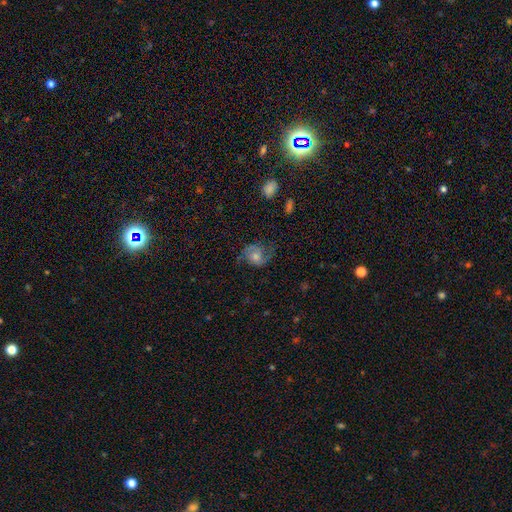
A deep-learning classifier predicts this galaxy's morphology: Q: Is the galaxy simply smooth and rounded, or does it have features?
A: featured or disk — 67%.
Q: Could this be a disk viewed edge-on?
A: no — 98%.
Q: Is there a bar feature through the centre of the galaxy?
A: no — 70%.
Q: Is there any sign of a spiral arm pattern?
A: yes — 92%.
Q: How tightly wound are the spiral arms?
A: medium — 46%.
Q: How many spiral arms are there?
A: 2 — 85%.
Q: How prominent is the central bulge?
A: moderate — 48%.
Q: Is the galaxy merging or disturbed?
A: none — 59%.